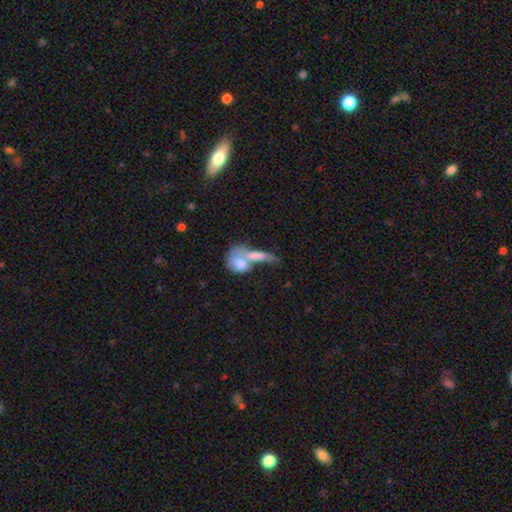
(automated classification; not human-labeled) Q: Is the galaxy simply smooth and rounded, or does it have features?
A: smooth — 69%.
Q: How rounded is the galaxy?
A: in between — 44%.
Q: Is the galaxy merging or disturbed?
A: merger — 58%.